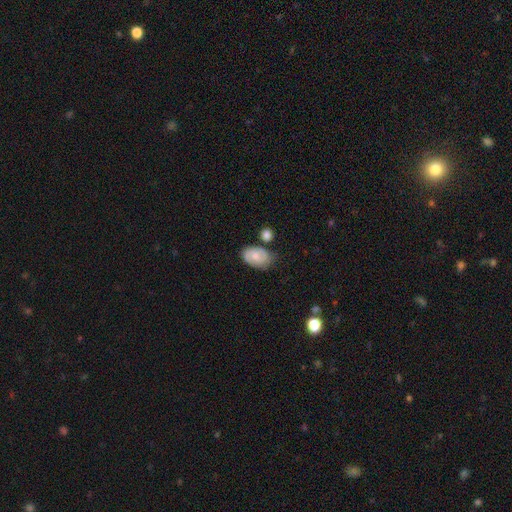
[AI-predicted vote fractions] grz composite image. It shows a smooth galaxy with no disk features (47%). Merging: none (63%).